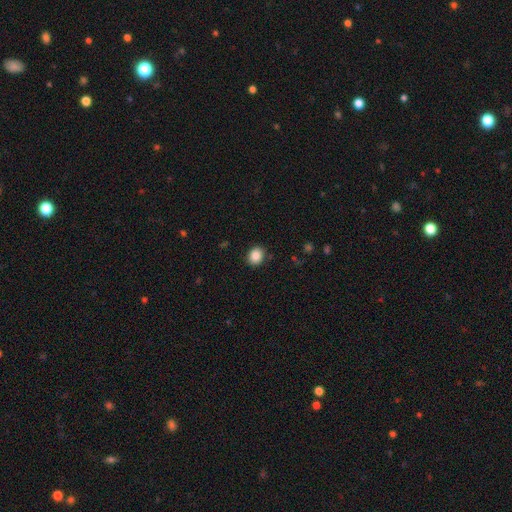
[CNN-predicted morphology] Smooth or featured?
  - smooth: 87% *
  - star or artifact: 9%
  - featured or disk: 4%
How rounded?
  - round: 64% *
  - in between: 35%
  - cigar-shaped: 1%
Merging?
  - none: 88% *
  - minor disturbance: 8%
  - major disturbance: 2%
  - merger: 1%